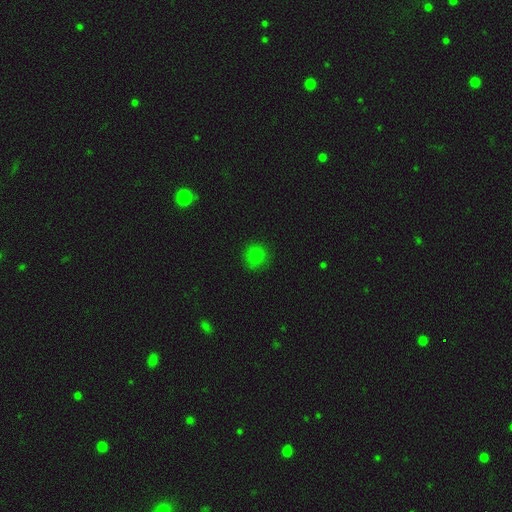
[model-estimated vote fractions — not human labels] smooth-or-featured: smooth: 82% | star or artifact: 14% | featured or disk: 5%
  how-rounded: round: 90% | in between: 9% | cigar-shaped: 1%
  merging: none: 87% | minor disturbance: 9% | major disturbance: 3% | merger: 1%